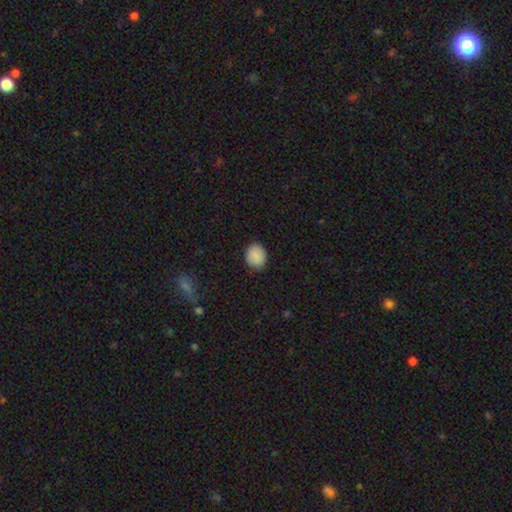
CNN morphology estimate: type=smooth (88%); roundness=round (61%); merging=none (86%).